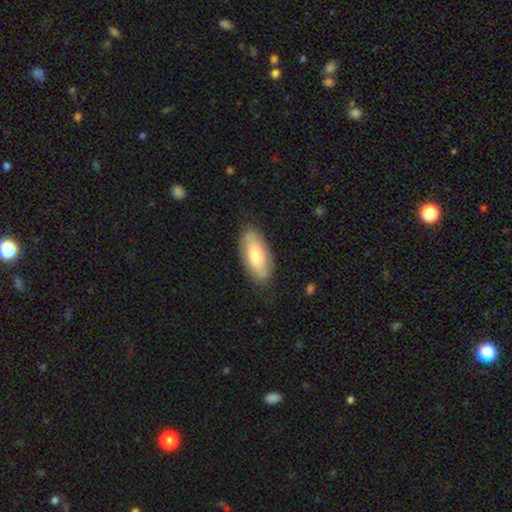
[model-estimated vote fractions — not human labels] Q: Smooth or featured?
A: smooth (68%); runner-up: featured or disk (27%)
Q: How rounded?
A: in between (88%); runner-up: cigar-shaped (10%)
Q: Merging?
A: none (80%); runner-up: minor disturbance (15%)